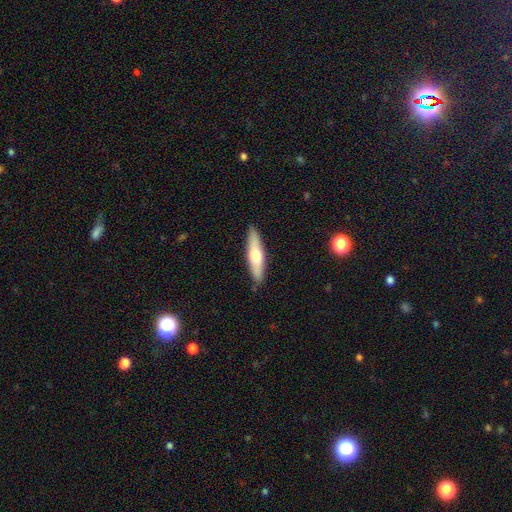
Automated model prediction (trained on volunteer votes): smooth-or-featured: smooth: 58% | featured or disk: 37% | star or artifact: 5%
  how-rounded: cigar-shaped: 69% | in between: 29% | round: 2%
  merging: none: 88% | minor disturbance: 9% | major disturbance: 2% | merger: 1%